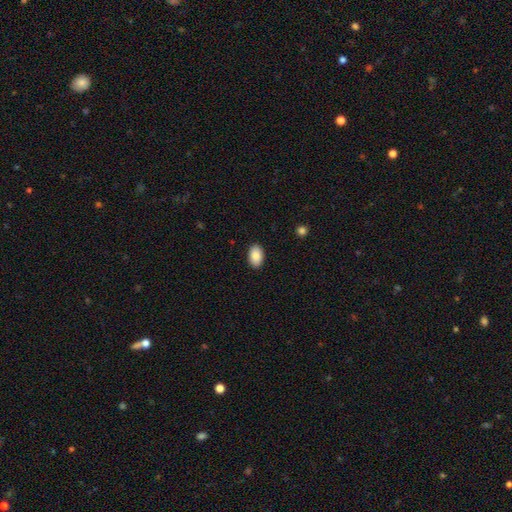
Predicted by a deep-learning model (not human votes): This appears to be a smooth galaxy with no disk features (89%) that is in between round and cigar-shaped (93%). Merging: none (90%).